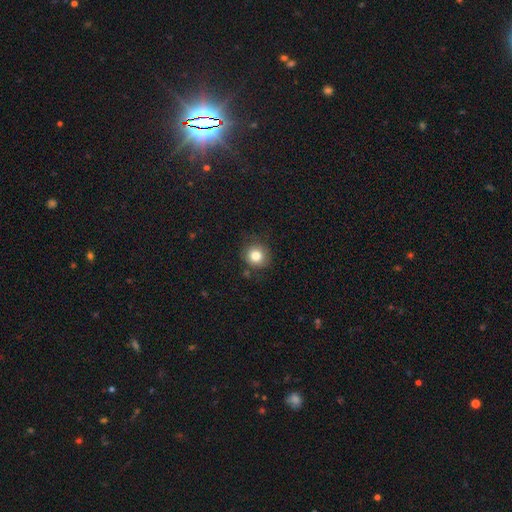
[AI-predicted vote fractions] This appears to be a smooth galaxy with no disk features (81%) that is round (88%). Merging: none (81%).